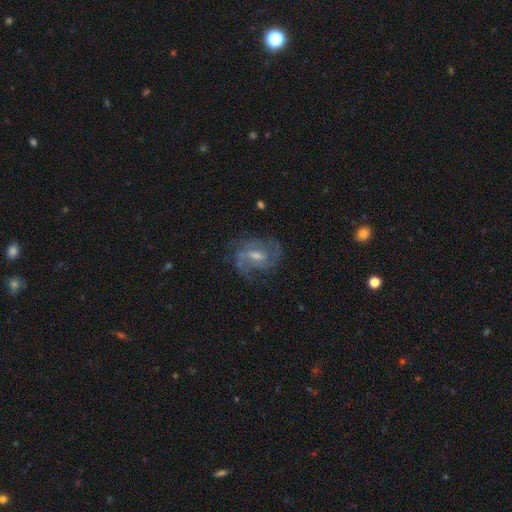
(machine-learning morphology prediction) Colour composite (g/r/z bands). It shows a featured or disk galaxy (82%) with a weak bar (57%), 2 (56%) medium (50%) spiral arms (94%) and a moderate central bulge (50%). Merging: none (70%).